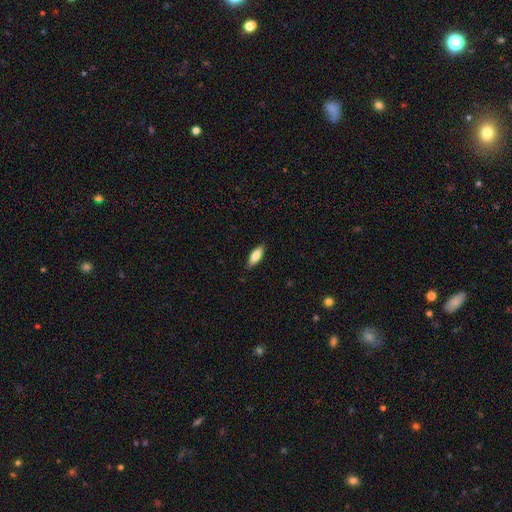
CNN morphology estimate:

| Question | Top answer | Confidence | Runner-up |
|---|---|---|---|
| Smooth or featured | smooth | 83% | featured or disk (12%) |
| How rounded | in between | 63% | cigar-shaped (35%) |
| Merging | none | 87% | minor disturbance (10%) |